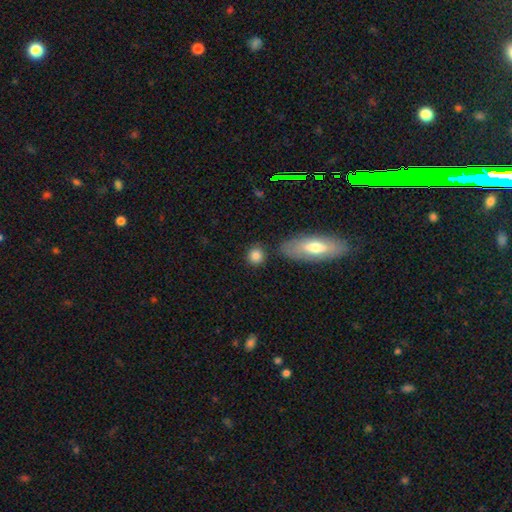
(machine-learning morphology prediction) A smooth galaxy with no disk features (83%) that is round (79%). Merging: none (78%).